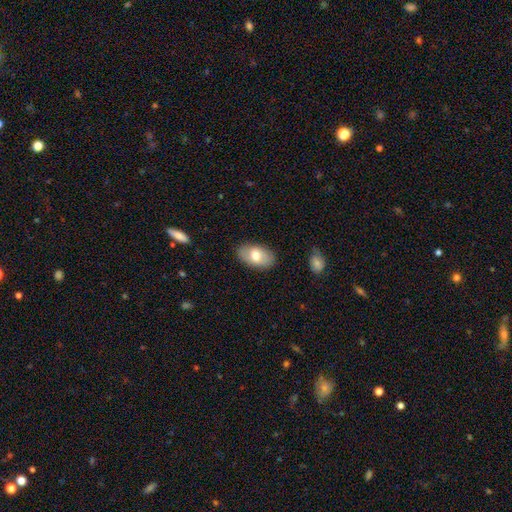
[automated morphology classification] Overall: smooth (72%). How rounded: in between (93%). Merging: none (85%).